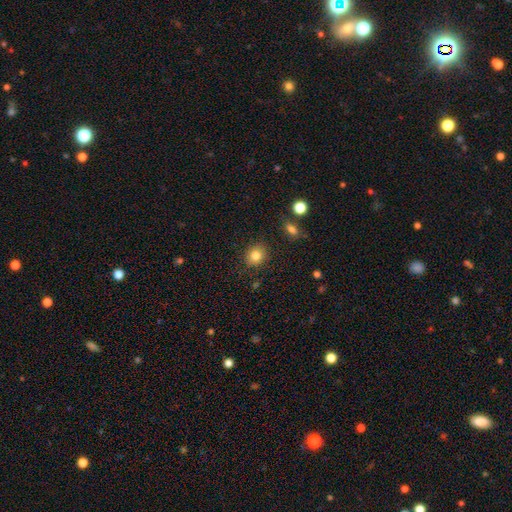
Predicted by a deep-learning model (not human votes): Smooth or featured? Predicted: smooth (p=0.82). How rounded? Predicted: round (p=0.71). Merging? Predicted: none (p=0.86).